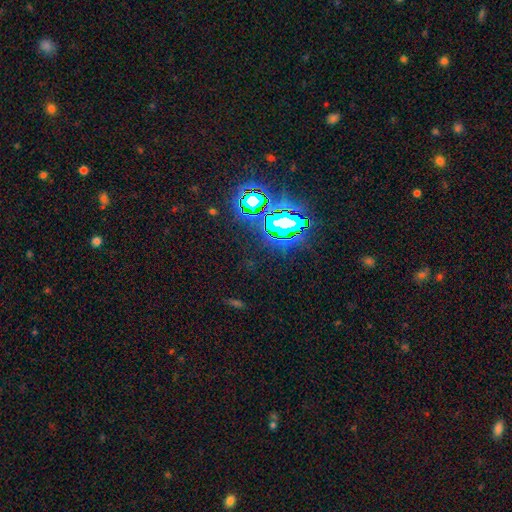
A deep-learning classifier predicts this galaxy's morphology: This is likely a star or artifact rather than a galaxy (79%).